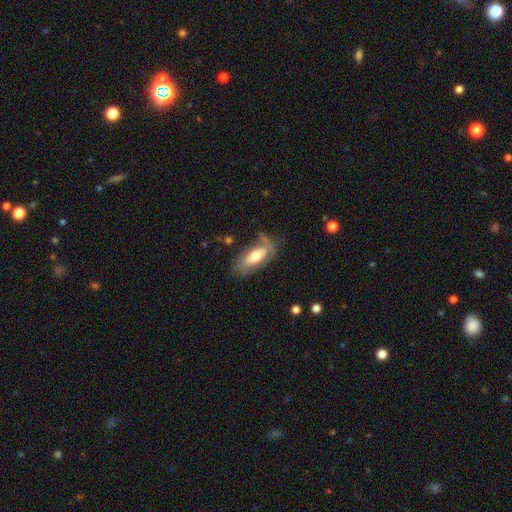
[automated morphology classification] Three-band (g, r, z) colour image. It shows a smooth galaxy with no disk features (54%) that is in between round and cigar-shaped (80%). Merging: none (59%).